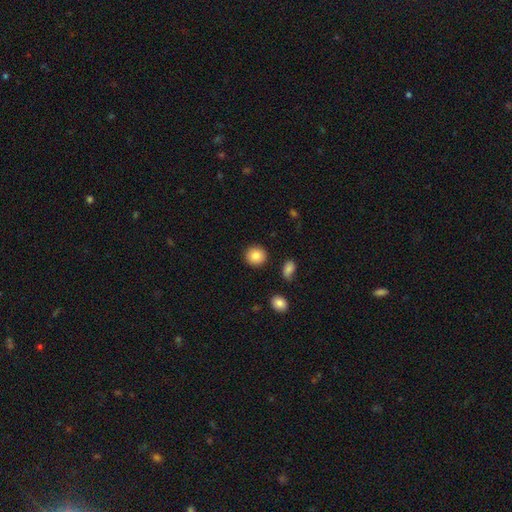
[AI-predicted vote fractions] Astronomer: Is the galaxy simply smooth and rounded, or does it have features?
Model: smooth — 85%.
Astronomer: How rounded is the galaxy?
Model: round — 90%.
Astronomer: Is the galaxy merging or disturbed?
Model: none — 91%.